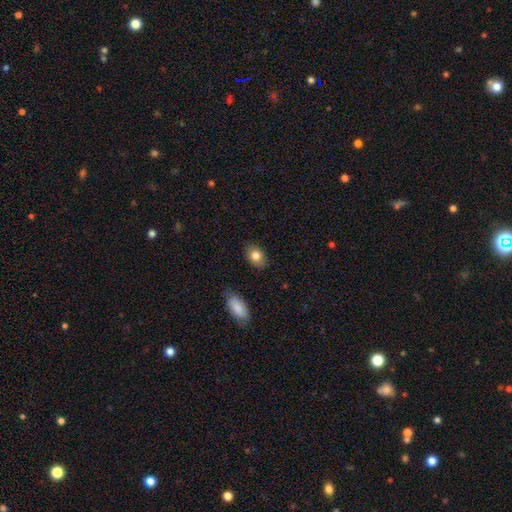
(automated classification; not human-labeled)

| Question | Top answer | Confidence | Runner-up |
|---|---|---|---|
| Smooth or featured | smooth | 82% | featured or disk (10%) |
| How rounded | in between | 78% | round (20%) |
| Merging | none | 83% | minor disturbance (12%) |